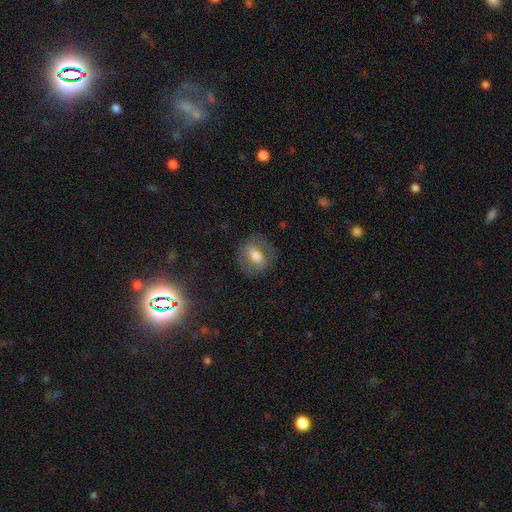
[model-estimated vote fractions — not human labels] smooth-or-featured: smooth: 51% | featured or disk: 40% | star or artifact: 9%
  how-rounded: in between: 58% | round: 39% | cigar-shaped: 3%
  merging: none: 75% | minor disturbance: 15% | major disturbance: 9% | merger: 1%